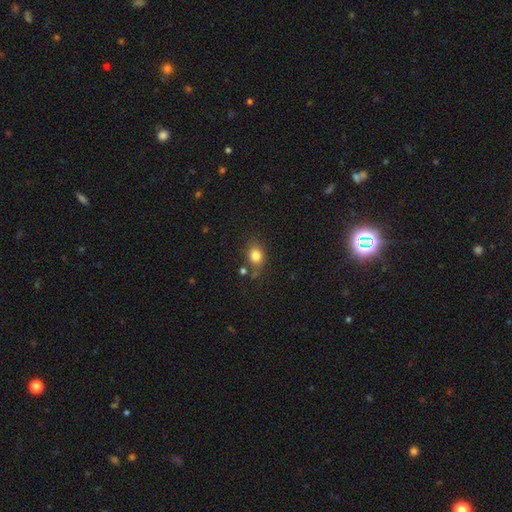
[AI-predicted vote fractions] Overall: smooth (82%). How rounded: in between (50%; round 49%). Merging: none (69%).